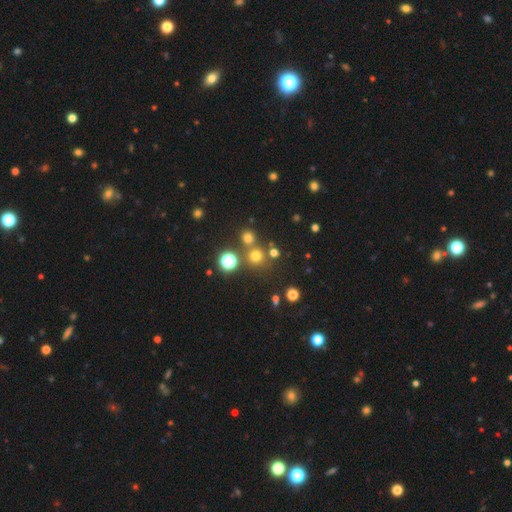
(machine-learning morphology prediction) Smooth or featured: smooth — 66% (star or artifact — 26%)
How rounded: round — 92% (in between — 7%)
Merging: none — 73% (merger — 17%)